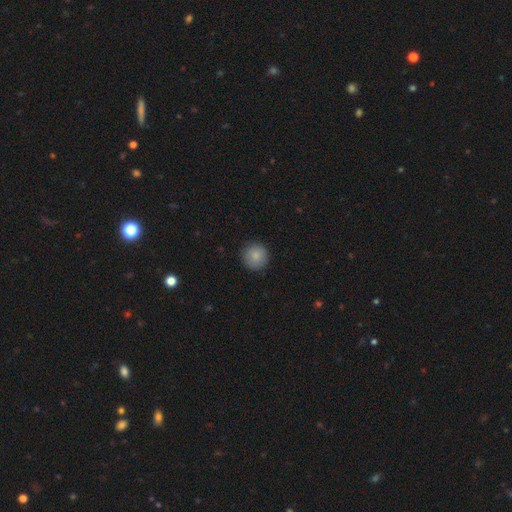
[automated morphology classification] Smooth or featured: smooth — 87% (star or artifact — 8%)
How rounded: round — 95% (in between — 4%)
Merging: none — 91% (minor disturbance — 6%)